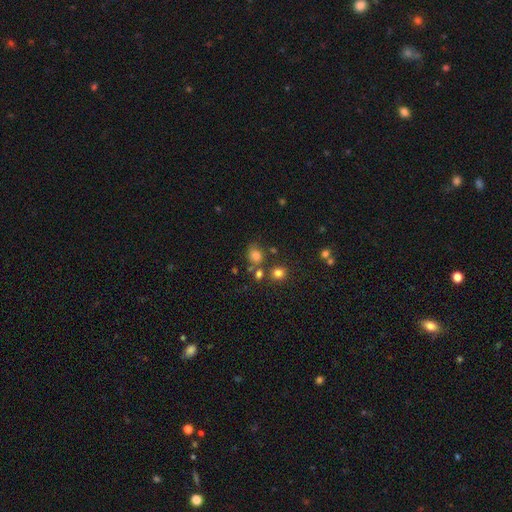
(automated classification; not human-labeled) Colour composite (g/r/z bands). It shows a smooth galaxy with no disk features (75%) that is round (60%). Merging: none (63%).